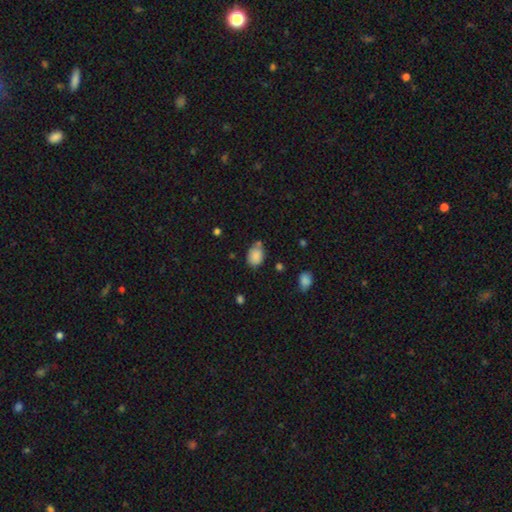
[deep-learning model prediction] Smooth or featured? smooth (85%)
How rounded? in between (68%)
Merging? none (58%)